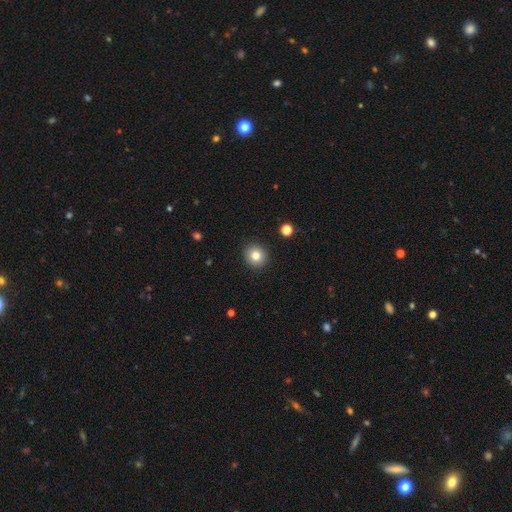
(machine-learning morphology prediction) A smooth galaxy with no disk features (80%) that is round (89%). Merging: none (91%).